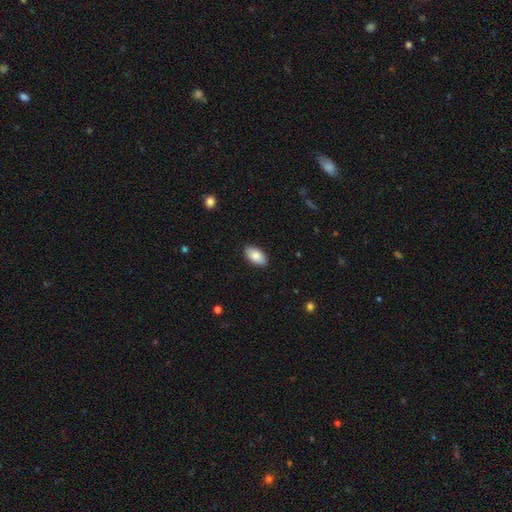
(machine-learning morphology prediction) smooth-or-featured: smooth: 86% | featured or disk: 8% | star or artifact: 6%
  how-rounded: in between: 95% | round: 3% | cigar-shaped: 2%
  merging: none: 88% | minor disturbance: 9% | major disturbance: 2% | merger: 1%